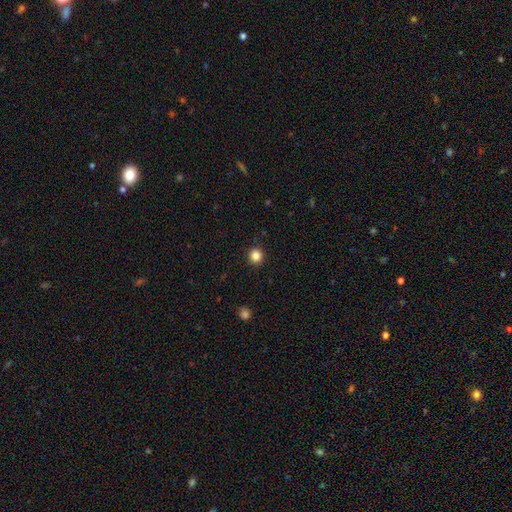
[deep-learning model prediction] Smooth or featured?
  - smooth: 85% *
  - star or artifact: 11%
  - featured or disk: 4%
How rounded?
  - round: 92% *
  - in between: 7%
  - cigar-shaped: 1%
Merging?
  - none: 92% *
  - minor disturbance: 5%
  - major disturbance: 2%
  - merger: 1%